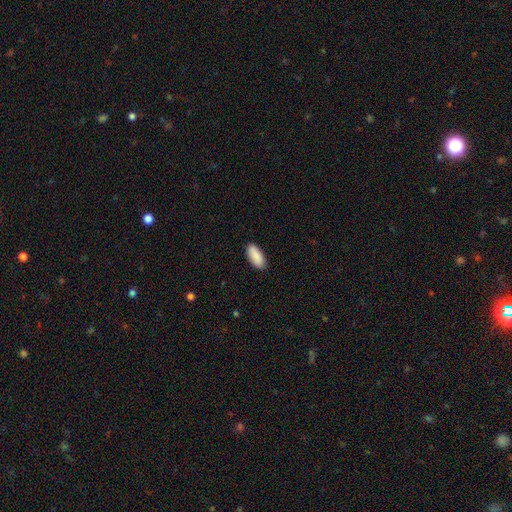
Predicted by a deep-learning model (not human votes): A smooth galaxy with no disk features (91%) that is in between round and cigar-shaped (88%). Merging: none (88%).